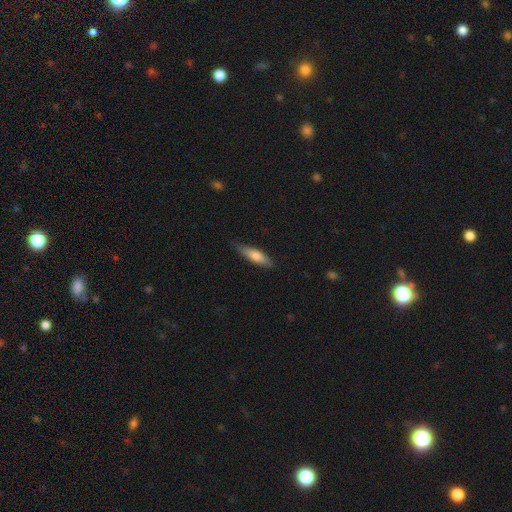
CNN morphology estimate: Smooth or featured? smooth (71%)
How rounded? cigar-shaped (63%)
Merging? none (79%)